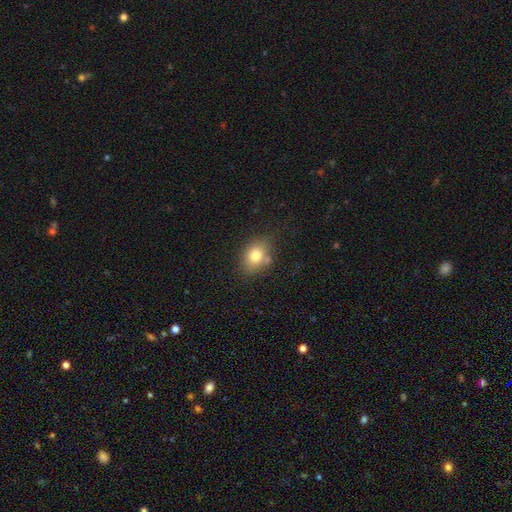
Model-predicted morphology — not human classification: The model was most divided on "how rounded": in between: 60%, round: 39%, cigar-shaped: 1%. More confident: smooth or featured — smooth (77%); merging — none (70%).